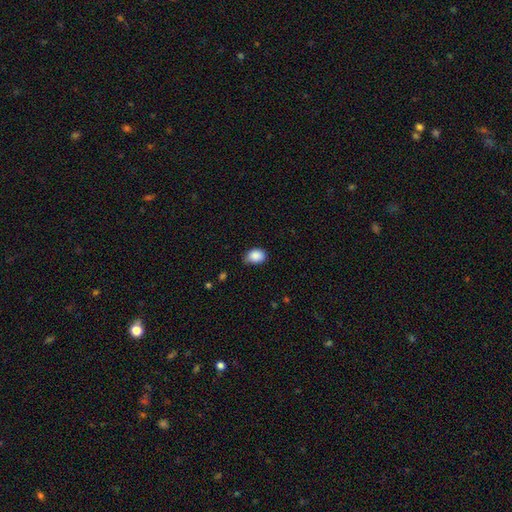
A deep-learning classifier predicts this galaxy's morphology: smooth 88%, star or artifact 8%, featured or disk 4%. Down the decision tree: how rounded — in between (69%); merging — none (63%).